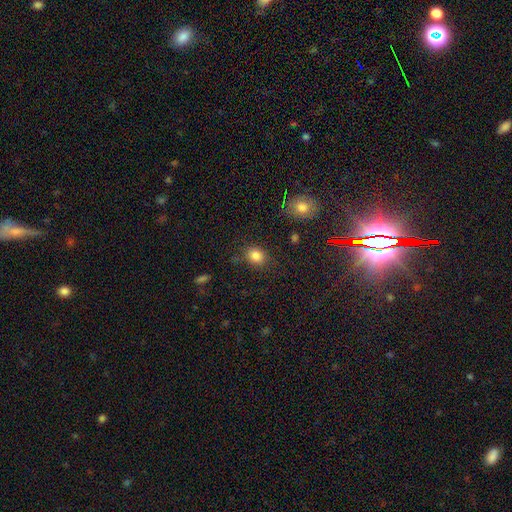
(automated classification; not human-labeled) Q: Smooth or featured?
A: smooth (83%); runner-up: star or artifact (11%)
Q: How rounded?
A: round (57%); runner-up: in between (42%)
Q: Merging?
A: none (78%); runner-up: minor disturbance (14%)